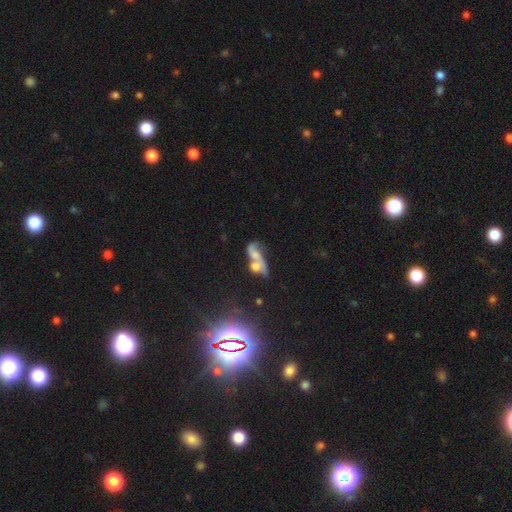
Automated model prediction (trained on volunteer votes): Smooth or featured? Predicted: featured or disk (p=0.51). Edge-on disk? Predicted: no (p=0.92). Merging? Predicted: merger (p=0.62).